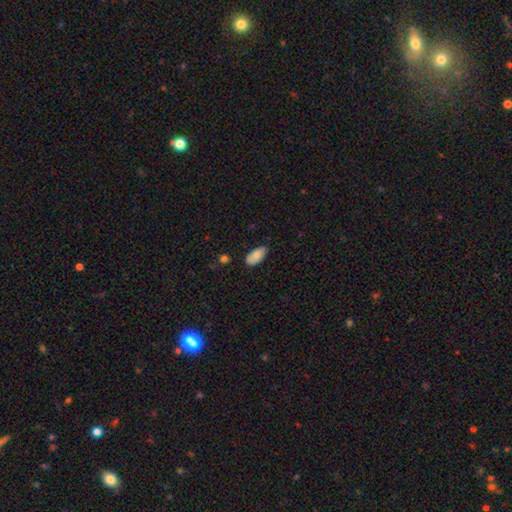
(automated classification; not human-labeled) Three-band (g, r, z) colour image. It shows a smooth galaxy with no disk features (86%) that is in between round and cigar-shaped (94%). Merging: none (75%).